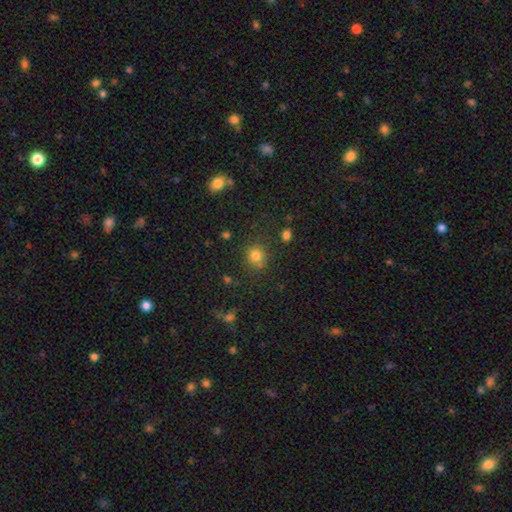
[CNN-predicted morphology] A smooth galaxy with no disk features (79%) that is round (83%).

Vote fractions:
- Smooth or featured? smooth: 79% / star or artifact: 15% / featured or disk: 6%
- How rounded? round: 83% / in between: 16% / cigar-shaped: 1%
- Merging? none: 74% / minor disturbance: 13% / merger: 8% / major disturbance: 5%